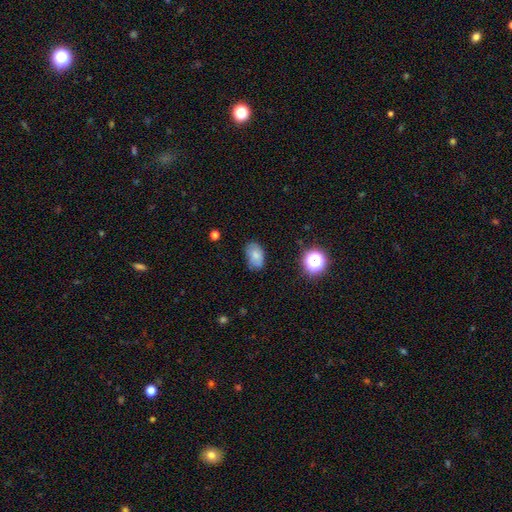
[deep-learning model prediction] smooth-or-featured: smooth: 76% | featured or disk: 13% | star or artifact: 11%
  how-rounded: in between: 89% | round: 10% | cigar-shaped: 1%
  merging: none: 71% | minor disturbance: 22% | major disturbance: 5% | merger: 2%